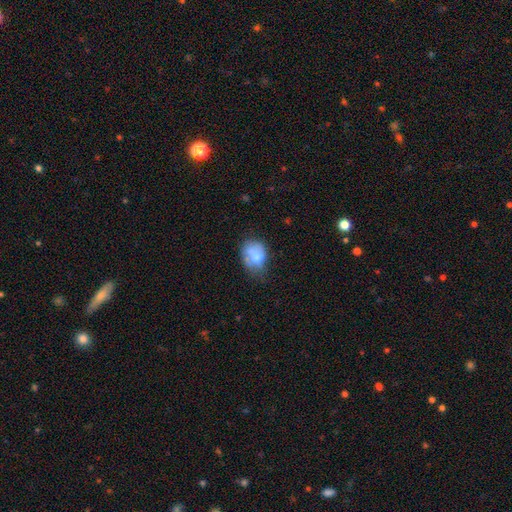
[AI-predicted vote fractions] smooth_or_featured: smooth (p=0.66) [alt: featured or disk p=0.25]
how_rounded: in between (p=0.58) [alt: round p=0.41]
merging: none (p=0.35) [alt: minor disturbance p=0.34]